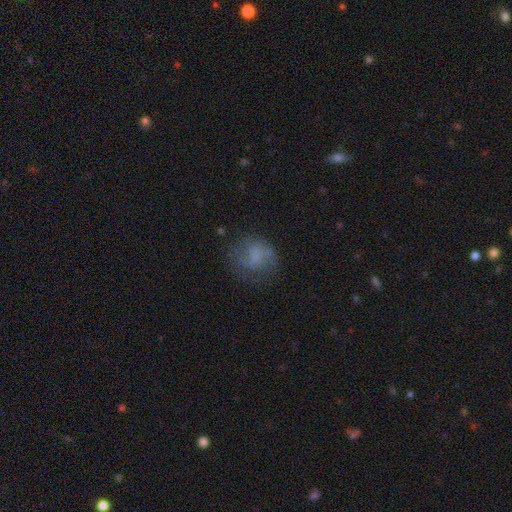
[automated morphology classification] Overall: smooth (52%; featured or disk 36%). How rounded: round (69%; in between 29%). Merging: none (57%; minor disturbance 22%).